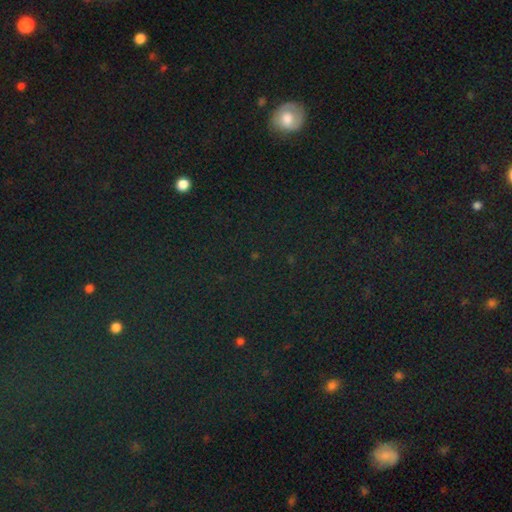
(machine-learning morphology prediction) This is likely a star or artifact rather than a galaxy (74%).